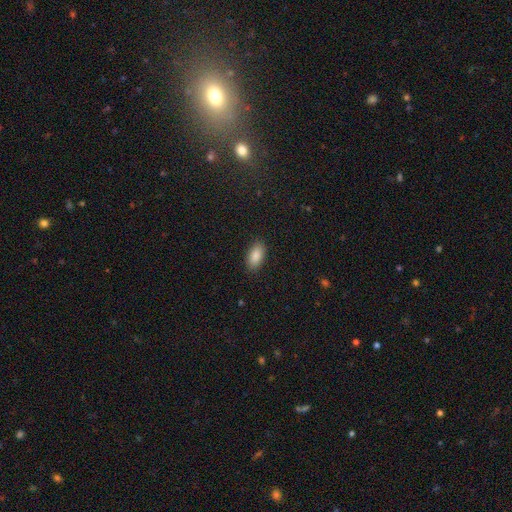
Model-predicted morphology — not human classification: Smooth or featured? smooth (87%)
How rounded? in between (92%)
Merging? none (88%)